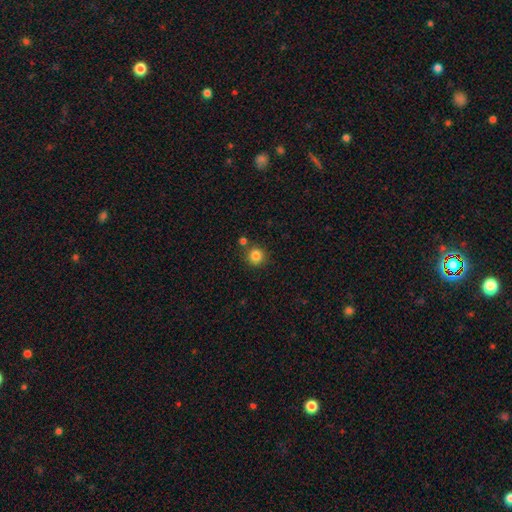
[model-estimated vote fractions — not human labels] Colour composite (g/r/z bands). It shows a smooth galaxy with no disk features (84%) that is round (93%). Merging: none (80%).